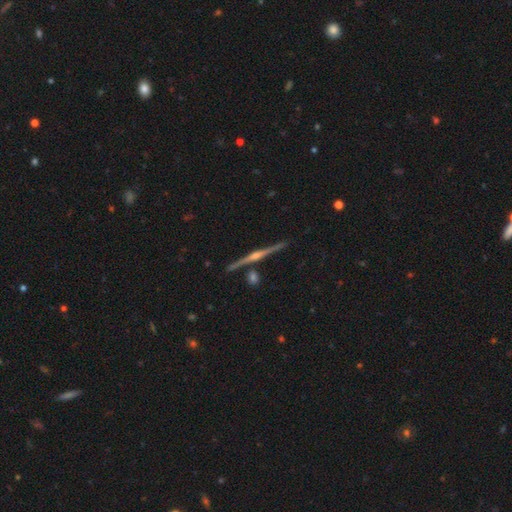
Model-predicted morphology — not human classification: Overall: featured or disk (86%). Edge-on disk: yes (99%). Edge-on bulge: rounded (87%). Merging: none (89%).